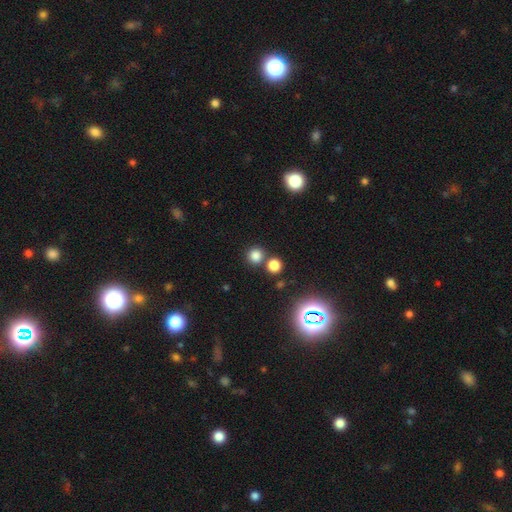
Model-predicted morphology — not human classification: This is likely a smooth galaxy (78%). How rounded: clearly round (91%). Merging: likely none (73%).